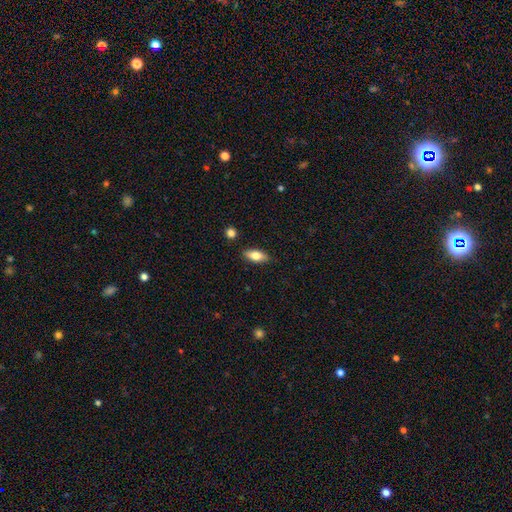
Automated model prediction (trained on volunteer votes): Overall: smooth (74%). How rounded: in between (84%). Merging: none (87%).